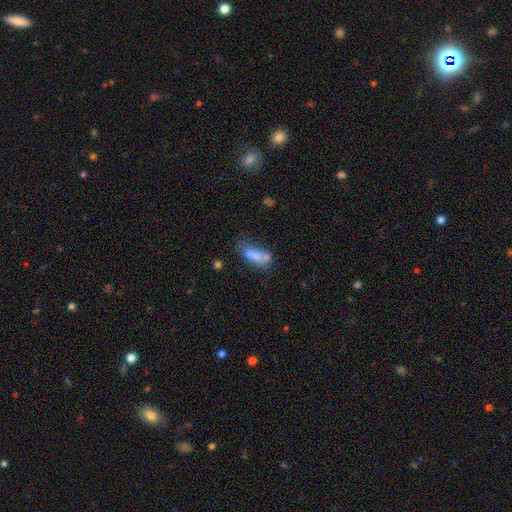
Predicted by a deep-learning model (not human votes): Overall: smooth (69%). How rounded: in between (62%; cigar-shaped 35%). Merging: none (31%; minor disturbance 25%).